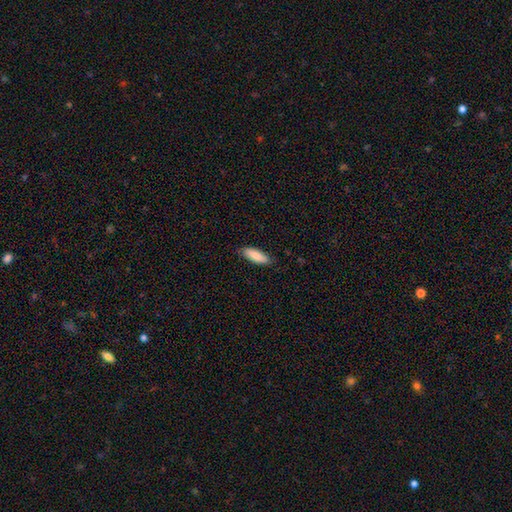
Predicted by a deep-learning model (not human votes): Overall: smooth (86%). How rounded: in between (67%; cigar-shaped 31%). Merging: none (84%).